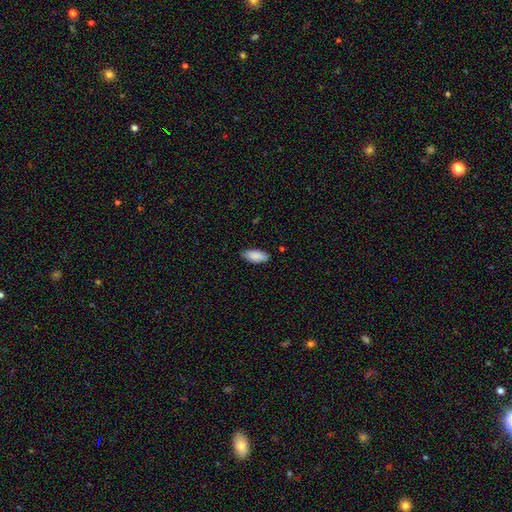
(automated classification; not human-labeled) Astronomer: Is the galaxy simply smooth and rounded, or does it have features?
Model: smooth — 89%.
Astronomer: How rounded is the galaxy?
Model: in between — 88%.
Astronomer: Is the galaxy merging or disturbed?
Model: none — 84%.